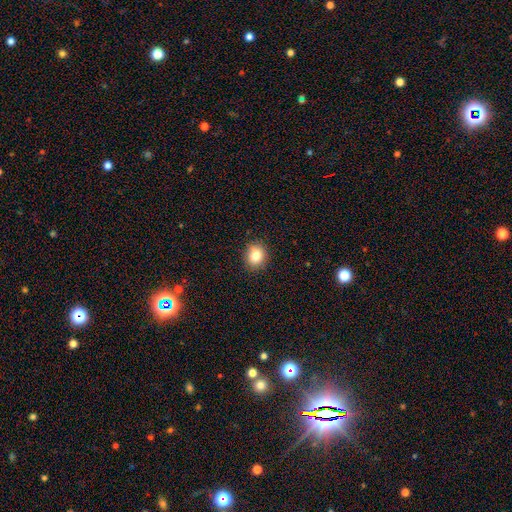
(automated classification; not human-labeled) A smooth galaxy with no disk features (82%) that is round (71%). Merging: none (88%).